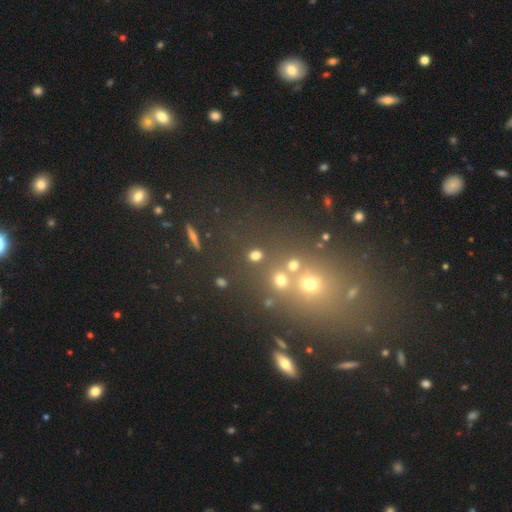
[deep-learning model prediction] A smooth galaxy with no disk features (71%) that is round (70%). Merging: none (78%).